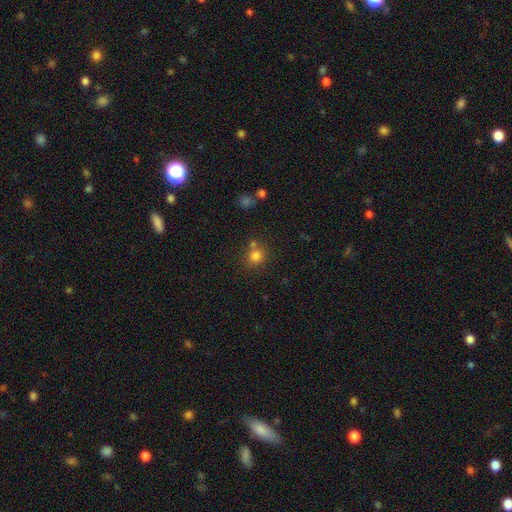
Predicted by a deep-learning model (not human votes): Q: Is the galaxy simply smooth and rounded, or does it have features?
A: smooth — 79%.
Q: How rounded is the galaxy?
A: round — 84%.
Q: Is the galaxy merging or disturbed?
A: none — 64%.